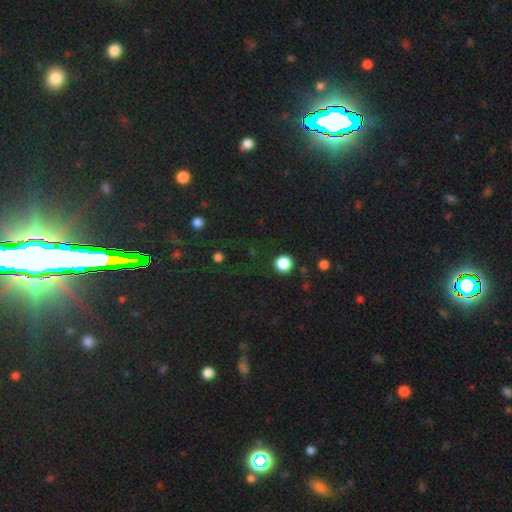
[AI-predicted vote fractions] A star or artifact, not a galaxy (77%).

Vote fractions:
- Smooth or featured? star or artifact: 77% / smooth: 13% / featured or disk: 10%